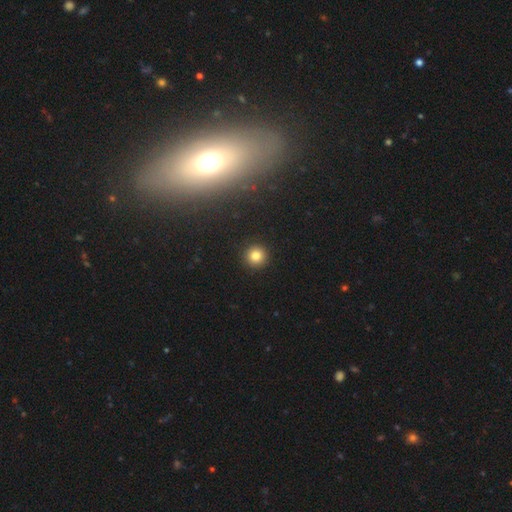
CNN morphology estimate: smooth 82%, star or artifact 12%, featured or disk 6%. Down the decision tree: how rounded — round (95%); merging — none (93%).